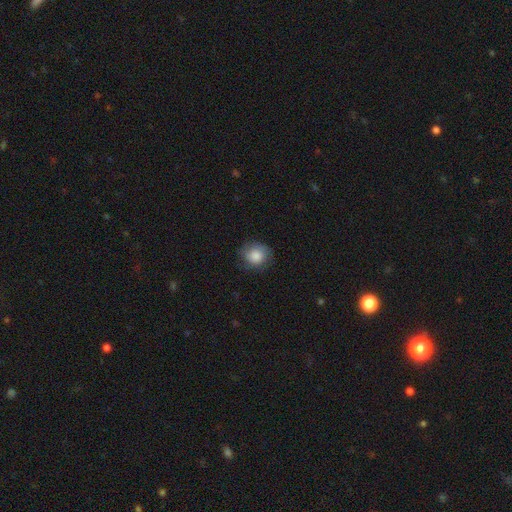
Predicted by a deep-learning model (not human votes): The model was most divided on "merging": none: 76%, minor disturbance: 18%, major disturbance: 5%, merger: 1%. More confident: how rounded — round (84%); smooth or featured — smooth (80%).